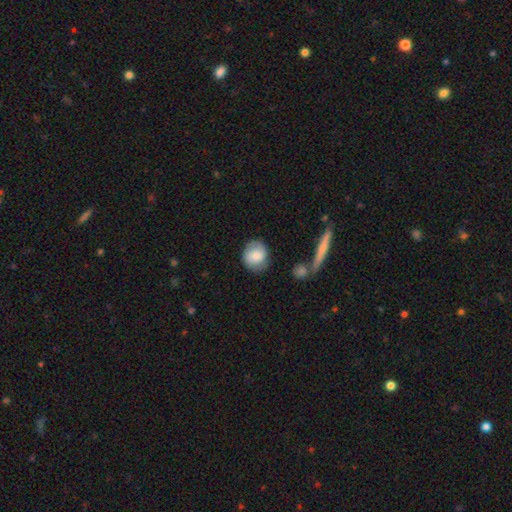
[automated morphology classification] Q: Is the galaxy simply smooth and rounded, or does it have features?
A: smooth — 75%.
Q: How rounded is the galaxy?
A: round — 78%.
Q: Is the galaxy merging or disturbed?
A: none — 73%.